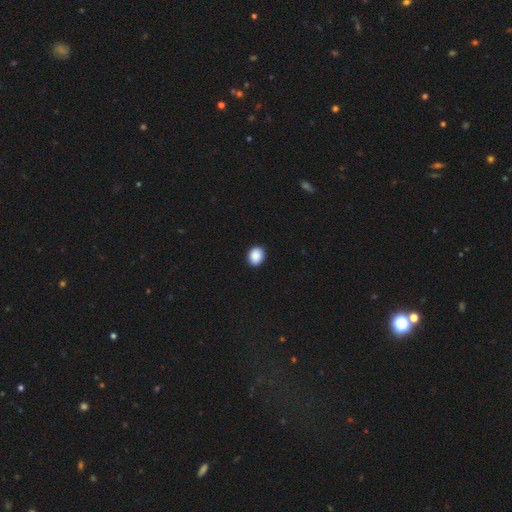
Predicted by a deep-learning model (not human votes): Smooth or featured? Predicted: smooth (p=0.90). How rounded? Predicted: in between (p=0.51). Merging? Predicted: none (p=0.91).